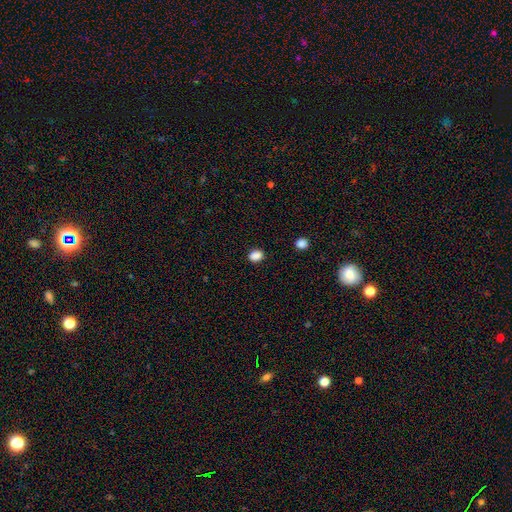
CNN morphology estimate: smooth-or-featured: smooth: 87% | star or artifact: 10% | featured or disk: 3%
  how-rounded: in between: 64% | round: 35% | cigar-shaped: 1%
  merging: none: 86% | minor disturbance: 10% | major disturbance: 3% | merger: 2%